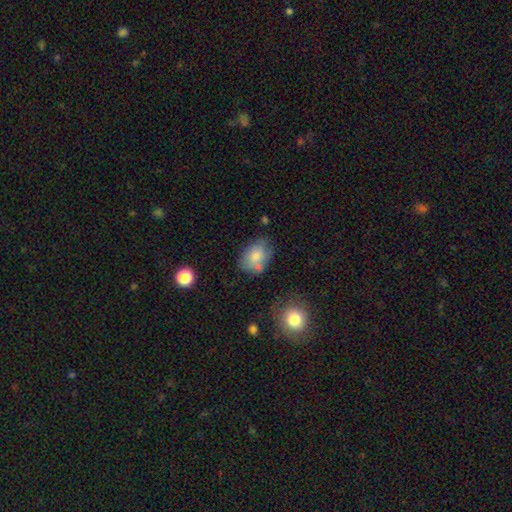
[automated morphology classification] Smooth or featured: smooth — 76% (featured or disk — 15%)
How rounded: in between — 74% (round — 24%)
Merging: none — 59% (minor disturbance — 22%)